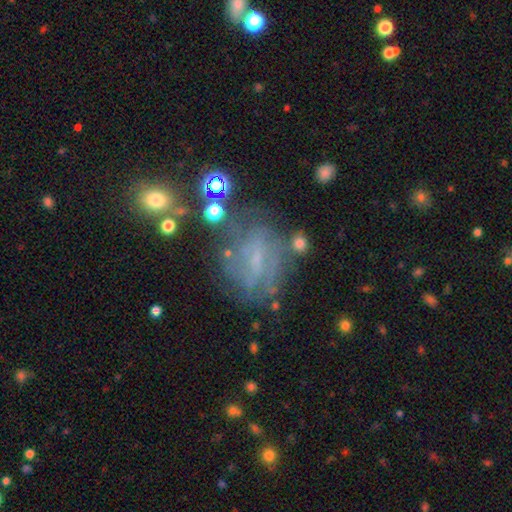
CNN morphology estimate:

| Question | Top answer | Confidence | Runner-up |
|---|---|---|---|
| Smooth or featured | featured or disk | 65% | smooth (20%) |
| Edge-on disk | no | 96% | yes (4%) |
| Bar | weak | 52% | no (31%) |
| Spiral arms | yes | 75% | no (25%) |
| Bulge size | small | 61% | none (22%) |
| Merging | none | 60% | minor disturbance (21%) |